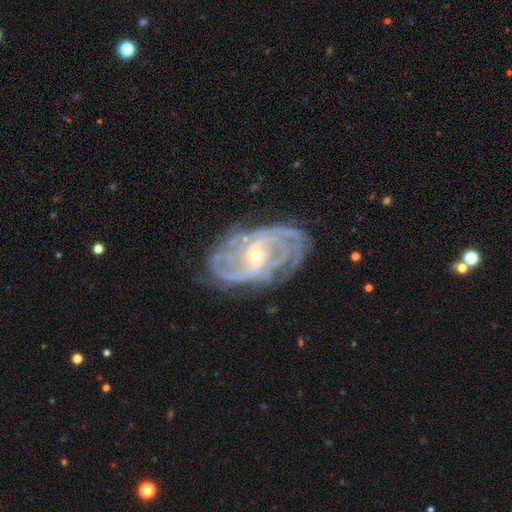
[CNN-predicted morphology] This is clearly a featured or disk galaxy (89%). It is clearly not viewed edge-on (96%). Bar: marginally no (44%). Spiral arm pattern: clearly yes (96%). Spiral arm count: marginally 2 (27%). Spiral winding: possibly tight (52%). Central bulge: likely small (76%). Merging: likely none (72%).